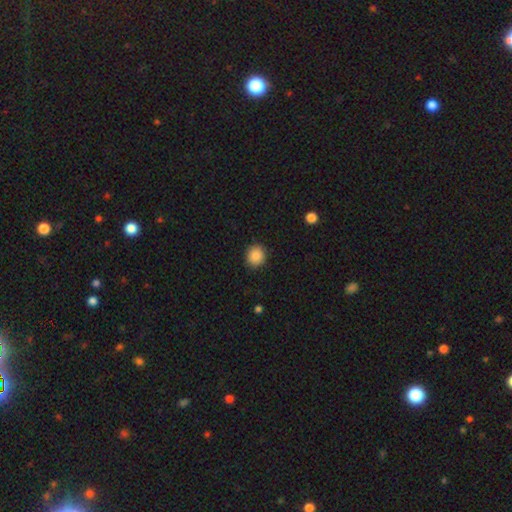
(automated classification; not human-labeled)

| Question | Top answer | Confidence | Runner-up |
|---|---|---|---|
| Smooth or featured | smooth | 87% | star or artifact (9%) |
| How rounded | round | 88% | in between (11%) |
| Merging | none | 91% | minor disturbance (6%) |